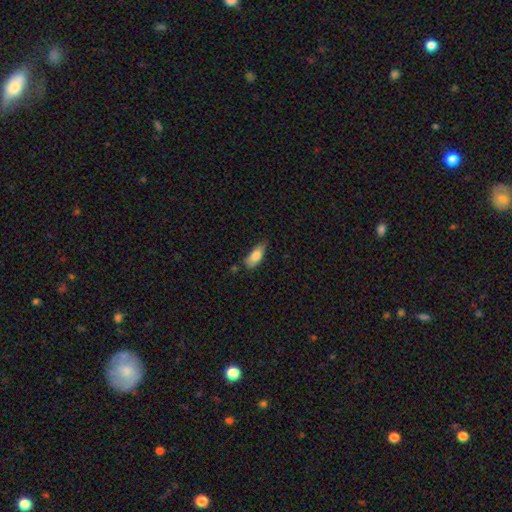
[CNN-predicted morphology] This is likely a smooth galaxy (80%). How rounded: likely in between (78%). Merging: likely none (62%).